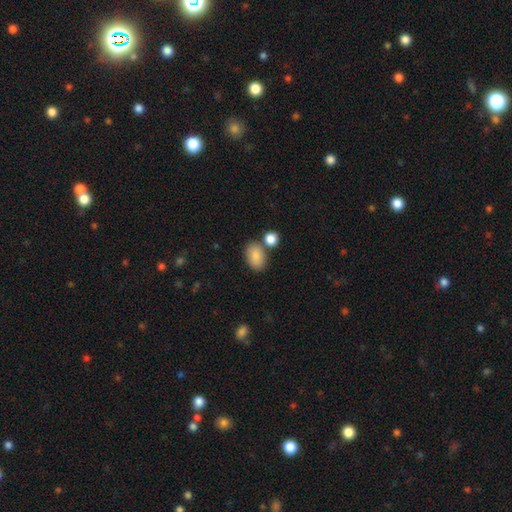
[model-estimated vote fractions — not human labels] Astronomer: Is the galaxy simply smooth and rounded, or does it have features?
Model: smooth — 86%.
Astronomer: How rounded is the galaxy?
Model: in between — 88%.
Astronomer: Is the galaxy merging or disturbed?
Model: none — 68%.